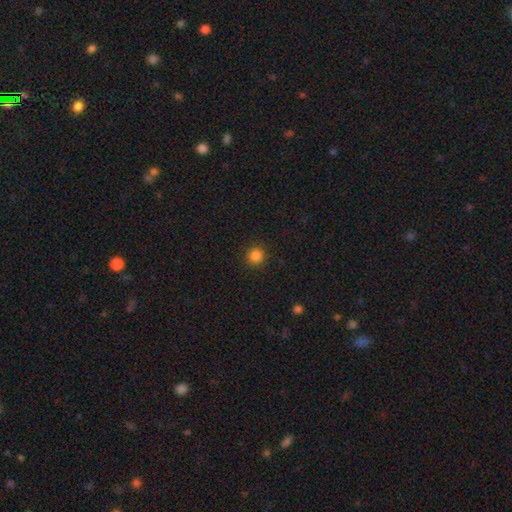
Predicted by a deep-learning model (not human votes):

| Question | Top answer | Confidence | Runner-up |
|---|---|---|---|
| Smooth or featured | smooth | 85% | star or artifact (12%) |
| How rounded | round | 94% | in between (5%) |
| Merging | none | 91% | minor disturbance (6%) |